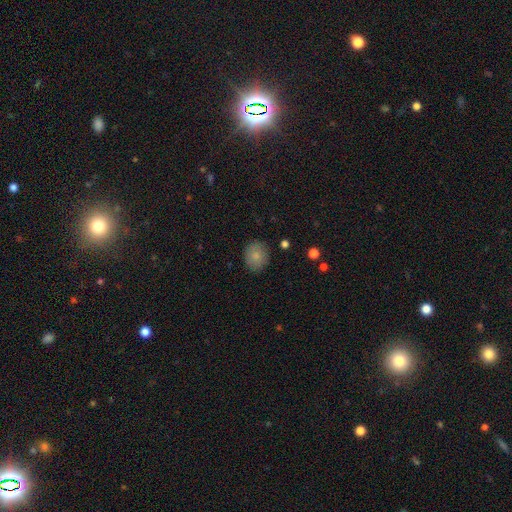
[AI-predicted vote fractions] Overall: smooth (83%). How rounded: round (64%; in between 35%). Merging: none (86%).